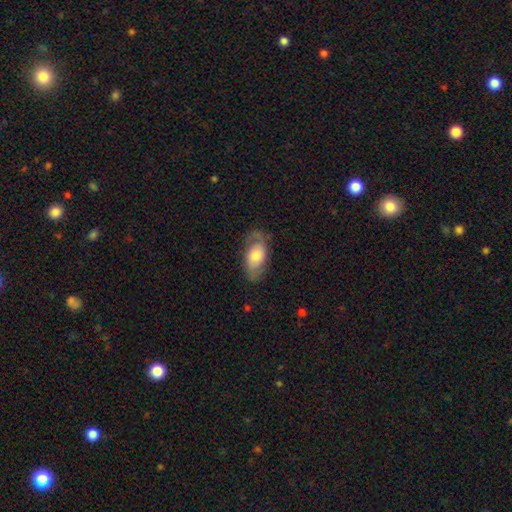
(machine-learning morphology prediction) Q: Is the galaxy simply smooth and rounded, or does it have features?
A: smooth — 54%.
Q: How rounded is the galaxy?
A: in between — 91%.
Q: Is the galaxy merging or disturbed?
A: none — 64%.